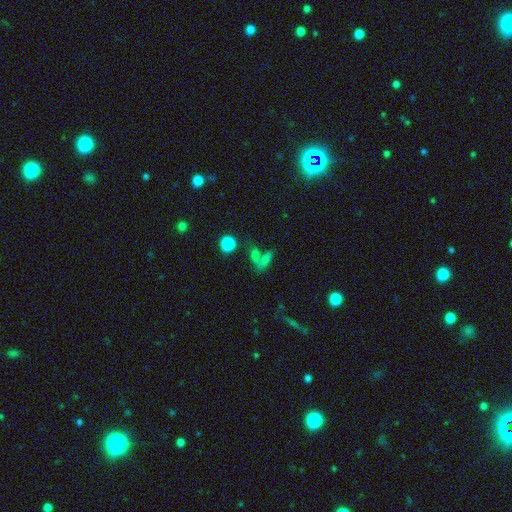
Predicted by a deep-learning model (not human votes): The model was most divided on "merging": merger: 42%, none: 35%, major disturbance: 12%, minor disturbance: 11%. More confident: smooth or featured — smooth (62%); how rounded — in between (58%).